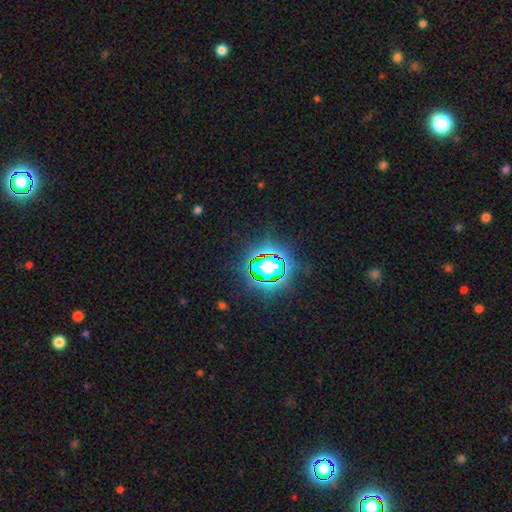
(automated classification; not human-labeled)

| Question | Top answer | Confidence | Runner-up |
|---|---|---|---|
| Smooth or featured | star or artifact | 79% | smooth (13%) |